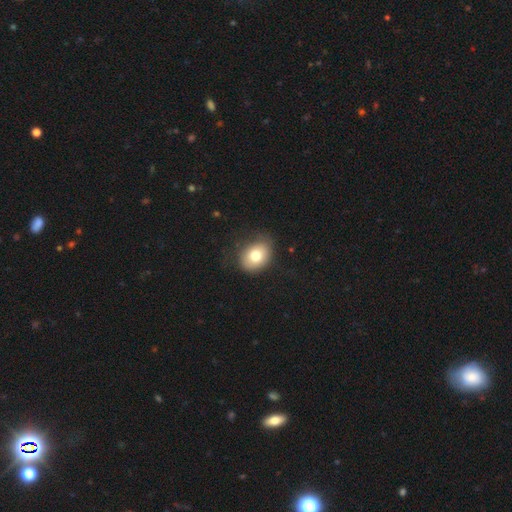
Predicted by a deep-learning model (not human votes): Overall: smooth (76%). How rounded: in between (58%; round 42%). Merging: none (74%).